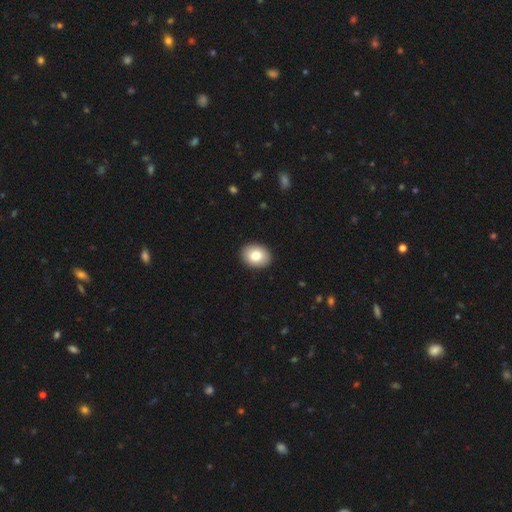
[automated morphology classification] smooth-or-featured: smooth: 81% | featured or disk: 12% | star or artifact: 8%
  how-rounded: in between: 57% | round: 42% | cigar-shaped: 1%
  merging: none: 92% | minor disturbance: 6% | major disturbance: 2% | merger: 1%